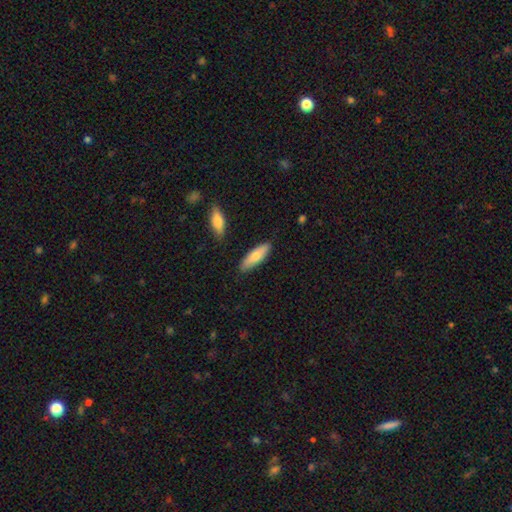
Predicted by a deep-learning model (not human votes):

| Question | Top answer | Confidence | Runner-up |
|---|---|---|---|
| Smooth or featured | smooth | 73% | featured or disk (22%) |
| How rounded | in between | 51% | cigar-shaped (47%) |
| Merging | none | 85% | minor disturbance (10%) |